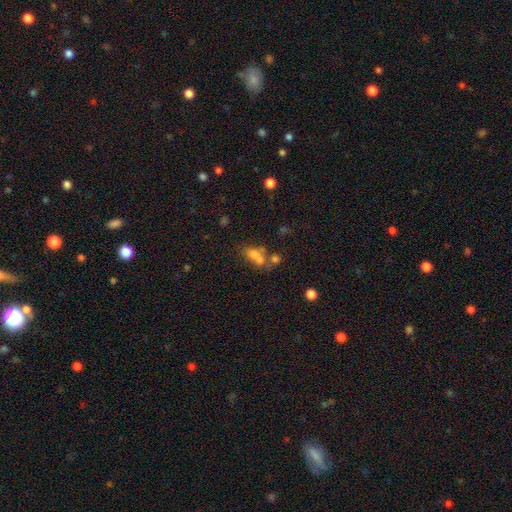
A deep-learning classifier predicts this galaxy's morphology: A smooth galaxy with no disk features (64%) that is in between round and cigar-shaped (67%). Merging: merger (51%).